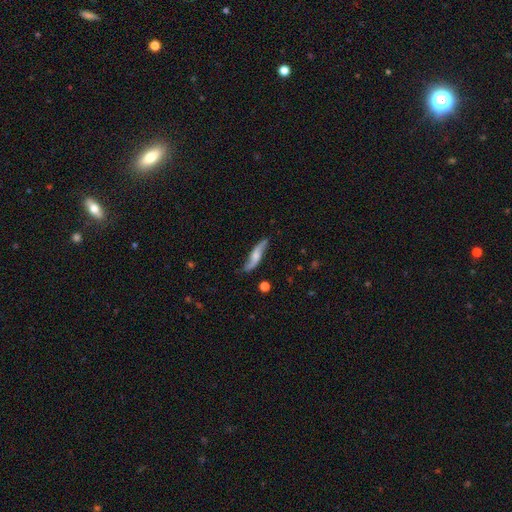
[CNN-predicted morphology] Smooth or featured? Predicted: featured or disk (p=0.68). Edge-on disk? Predicted: no (p=0.69). Merging? Predicted: none (p=0.76).